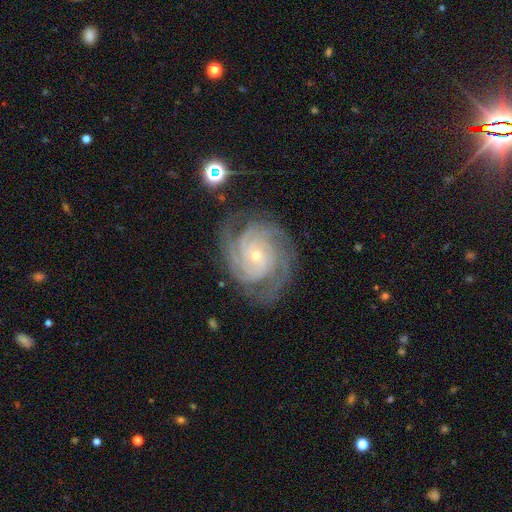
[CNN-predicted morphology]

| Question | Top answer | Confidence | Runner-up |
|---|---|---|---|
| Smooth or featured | featured or disk | 91% | star or artifact (6%) |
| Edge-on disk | no | 98% | yes (2%) |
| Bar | no | 76% | weak (18%) |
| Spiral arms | yes | 98% | no (2%) |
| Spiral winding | tight | 75% | medium (22%) |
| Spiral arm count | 4 | 32% | 3 (28%) |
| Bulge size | small | 79% | moderate (18%) |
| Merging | none | 76% | minor disturbance (16%) |